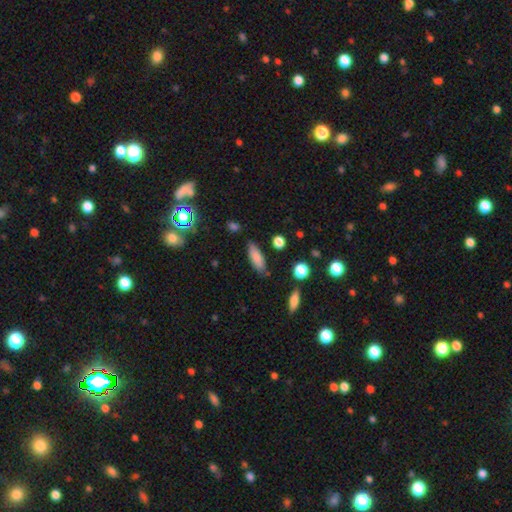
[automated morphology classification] The model was most divided on "how rounded": in between: 58%, cigar-shaped: 39%, round: 2%. More confident: smooth or featured — smooth (82%); merging — none (79%).